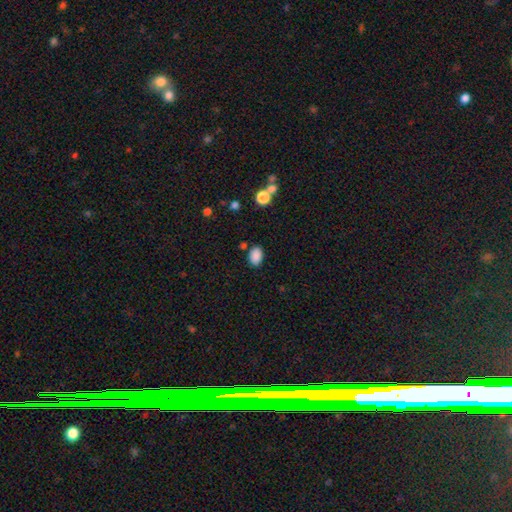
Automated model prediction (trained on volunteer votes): Smooth or featured? Predicted: smooth (p=0.87). How rounded? Predicted: in between (p=0.83). Merging? Predicted: none (p=0.81).